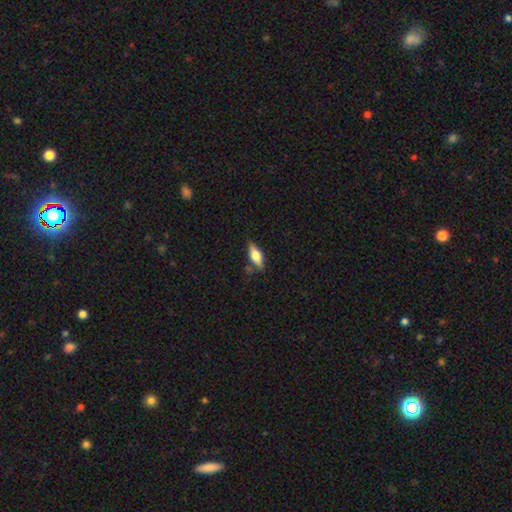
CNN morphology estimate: smooth-or-featured: smooth: 49% | featured or disk: 44% | star or artifact: 7%
  merging: none: 72% | minor disturbance: 18% | merger: 6% | major disturbance: 5%